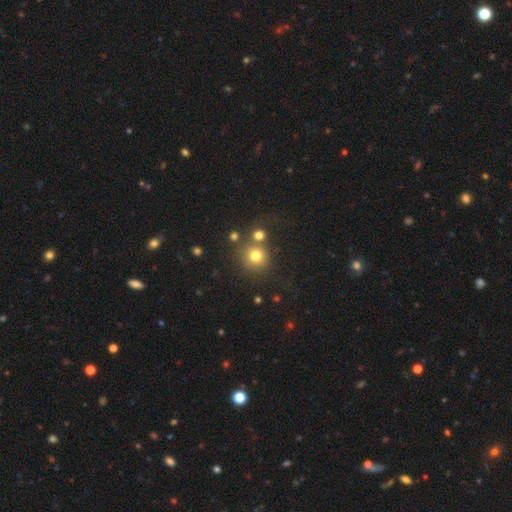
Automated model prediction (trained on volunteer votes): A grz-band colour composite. It shows a smooth galaxy with no disk features (77%) that is round (89%). Merging: none (64%).